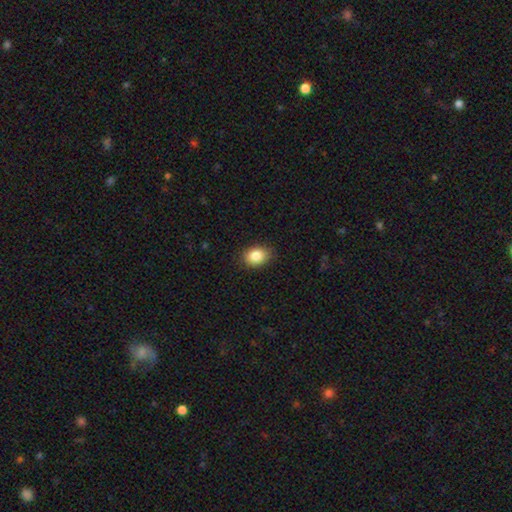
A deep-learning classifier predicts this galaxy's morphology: Smooth or featured: smooth — 86% (star or artifact — 9%)
How rounded: in between — 69% (round — 30%)
Merging: none — 85% (minor disturbance — 11%)